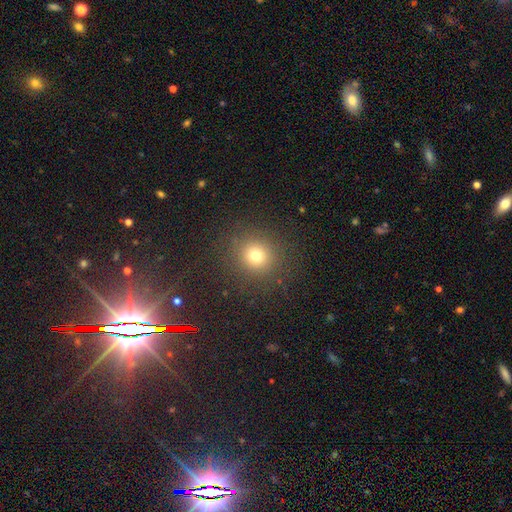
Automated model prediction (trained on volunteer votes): Morphology: type=smooth (73%); roundness=round (90%); merging=none (88%).